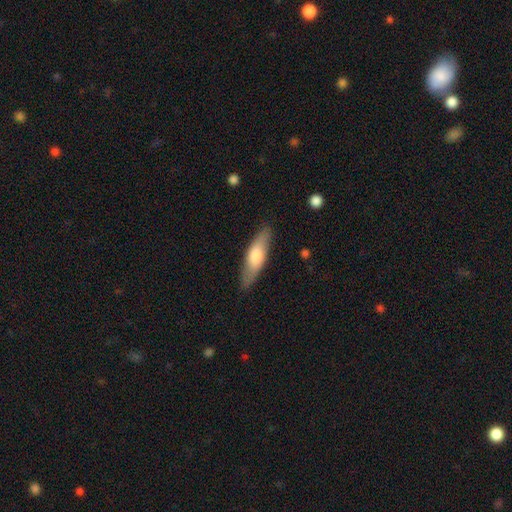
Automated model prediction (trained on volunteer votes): Smooth or featured? Predicted: smooth (p=0.62). How rounded? Predicted: cigar-shaped (p=0.58). Merging? Predicted: none (p=0.85).